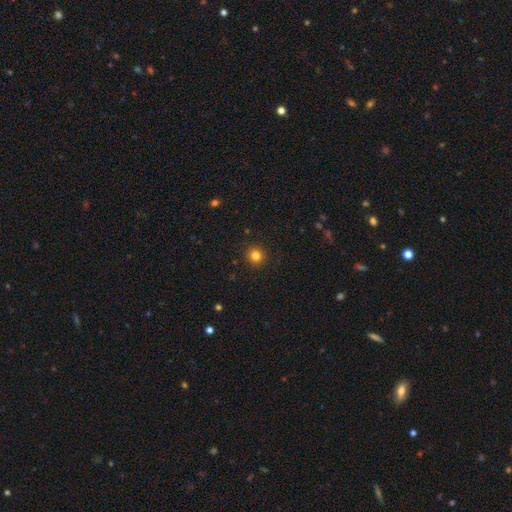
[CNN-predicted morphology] This appears to be a smooth galaxy with no disk features (82%) that is round (95%). Merging: none (92%).